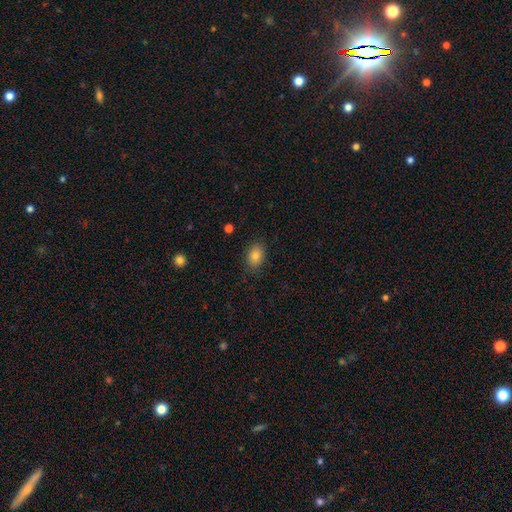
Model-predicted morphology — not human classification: A smooth galaxy with no disk features (83%) that is in between round and cigar-shaped (79%). Merging: none (85%).